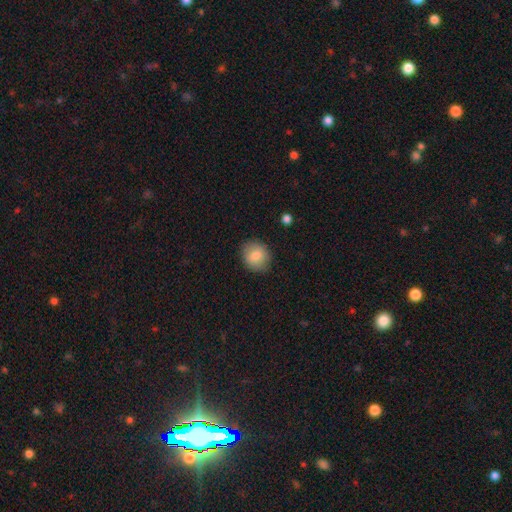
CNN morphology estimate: Smooth or featured: smooth — 83% (featured or disk — 10%)
How rounded: round — 76% (in between — 23%)
Merging: none — 85% (minor disturbance — 11%)